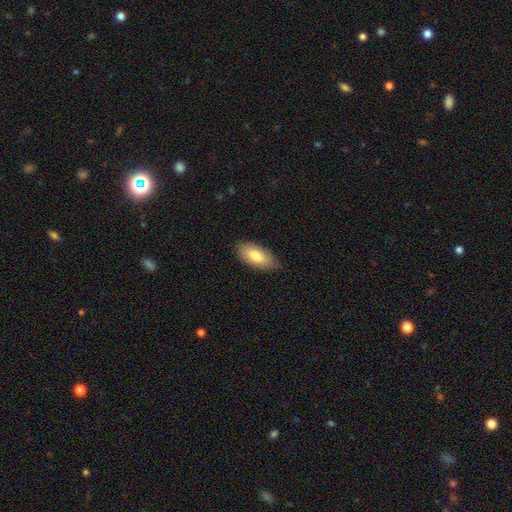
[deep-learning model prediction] Smooth or featured? smooth (77%)
How rounded? in between (90%)
Merging? none (75%)